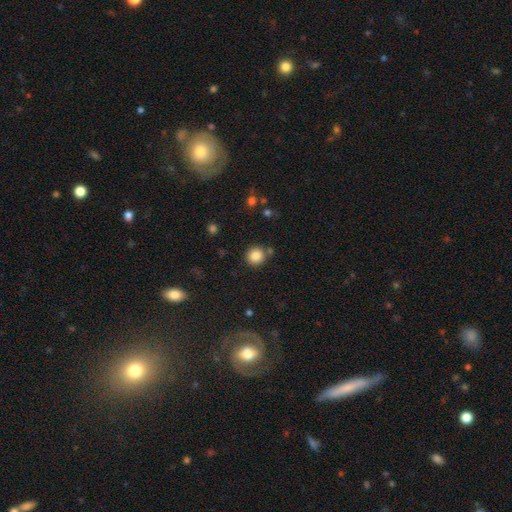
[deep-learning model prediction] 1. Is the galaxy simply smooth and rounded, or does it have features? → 85% smooth, 10% star or artifact, 5% featured or disk.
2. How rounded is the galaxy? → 92% round, 7% in between, 1% cigar-shaped.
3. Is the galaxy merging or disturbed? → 80% none, 9% minor disturbance, 8% merger, 3% major disturbance.